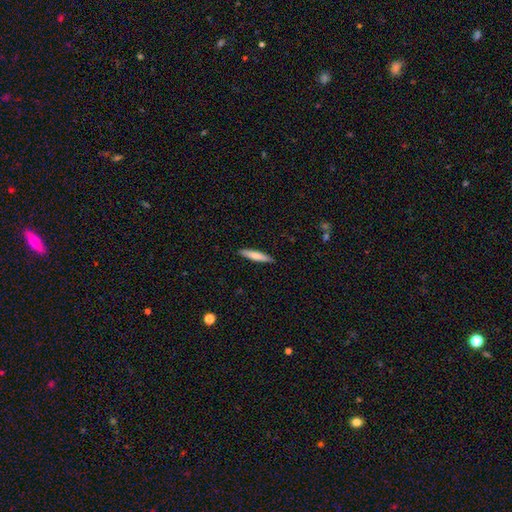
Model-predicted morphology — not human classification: A smooth galaxy with no disk features (72%) that is cigar-shaped (88%). Merging: none (90%).